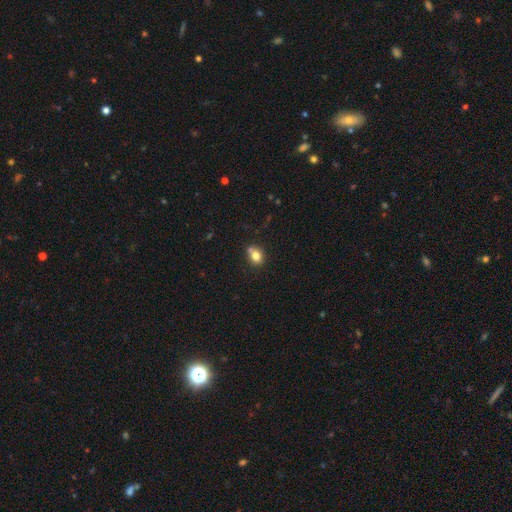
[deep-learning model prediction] Q: Smooth or featured?
A: smooth (78%); runner-up: star or artifact (11%)
Q: How rounded?
A: round (55%); runner-up: in between (44%)
Q: Merging?
A: none (57%); runner-up: merger (24%)